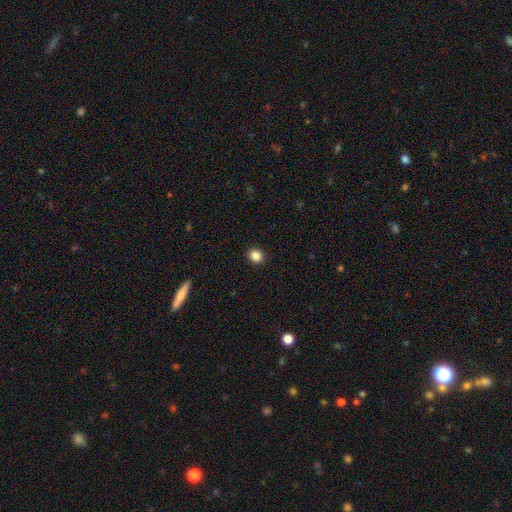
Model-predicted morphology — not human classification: A smooth galaxy with no disk features (86%) that is round (86%). Merging: none (92%).